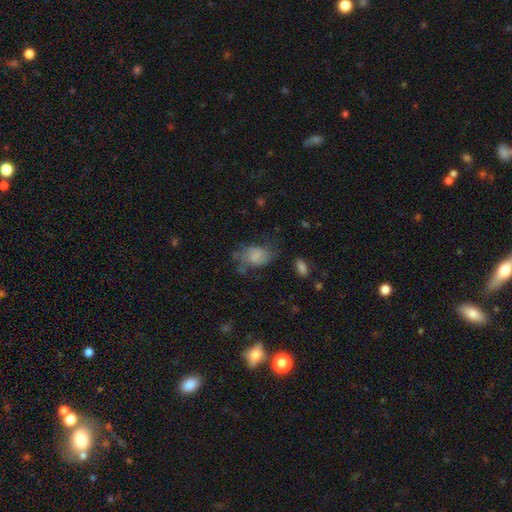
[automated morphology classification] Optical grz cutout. It shows a smooth galaxy with no disk features (62%) that is in between round and cigar-shaped (80%). Merging: none (40%).